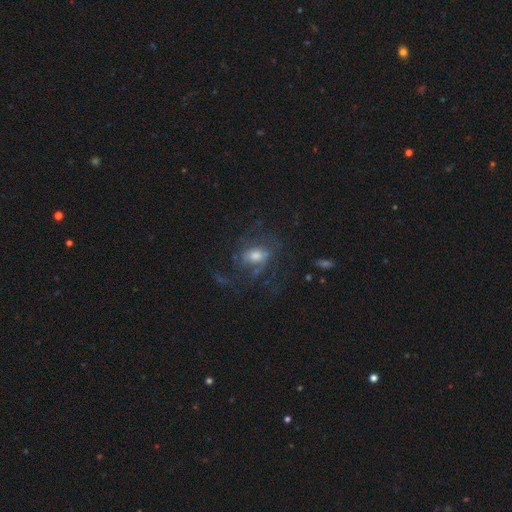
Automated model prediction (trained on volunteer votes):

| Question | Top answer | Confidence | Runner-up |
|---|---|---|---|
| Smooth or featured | featured or disk | 64% | smooth (23%) |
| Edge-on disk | no | 96% | yes (4%) |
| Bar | no | 56% | weak (35%) |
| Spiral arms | yes | 74% | no (26%) |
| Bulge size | moderate | 57% | small (23%) |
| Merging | none | 53% | major disturbance (28%) |